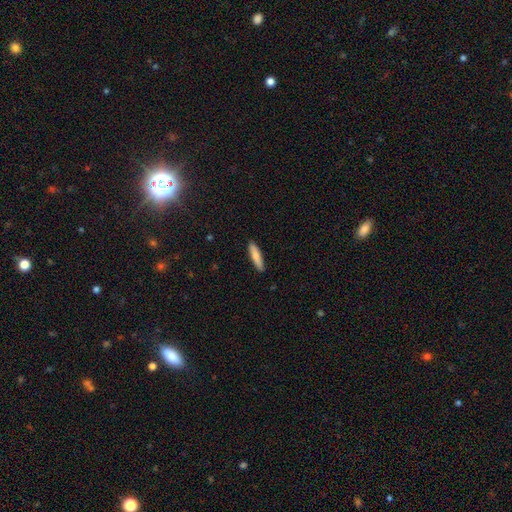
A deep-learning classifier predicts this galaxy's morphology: type=smooth (78%); roundness=cigar-shaped (79%); merging=none (89%).